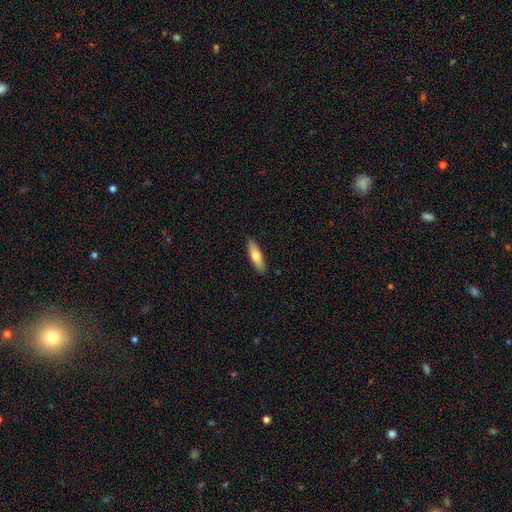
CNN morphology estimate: Smooth or featured? Predicted: smooth (p=0.68). How rounded? Predicted: cigar-shaped (p=0.64). Merging? Predicted: none (p=0.89).